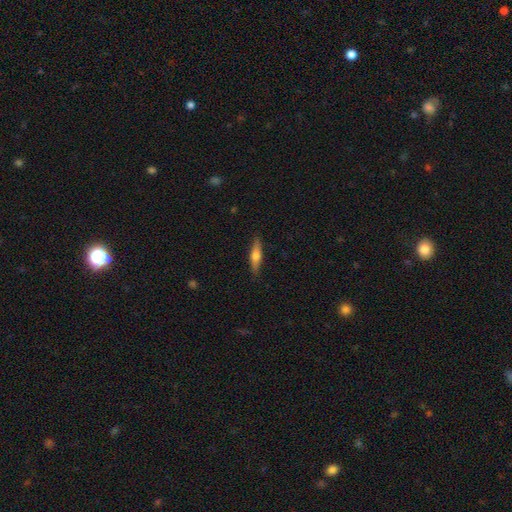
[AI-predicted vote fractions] Q: Smooth or featured?
A: smooth (47%); runner-up: featured or disk (46%)
Q: Merging?
A: none (88%); runner-up: minor disturbance (9%)